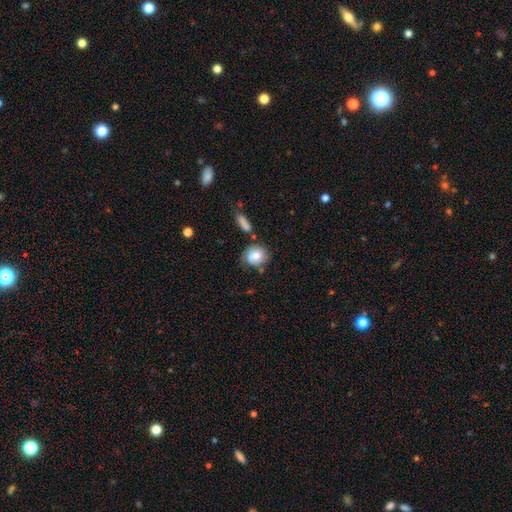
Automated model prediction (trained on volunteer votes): This is likely a smooth galaxy (76%). How rounded: likely round (77%). Merging: likely none (64%).